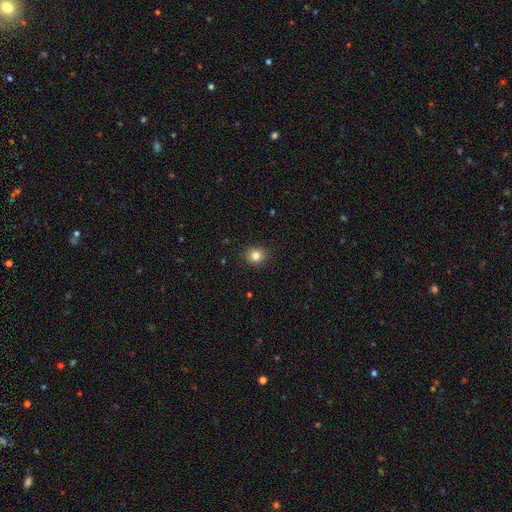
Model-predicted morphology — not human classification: smooth_or_featured: smooth (p=0.83) [alt: star or artifact p=0.11]
how_rounded: round (p=0.79) [alt: in between p=0.20]
merging: none (p=0.90) [alt: minor disturbance p=0.07]